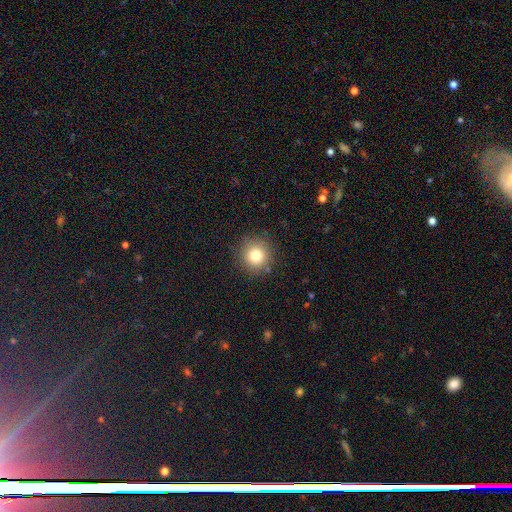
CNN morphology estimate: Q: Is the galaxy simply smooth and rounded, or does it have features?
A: smooth — 79%.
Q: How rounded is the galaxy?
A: round — 93%.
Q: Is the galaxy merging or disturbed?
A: none — 88%.